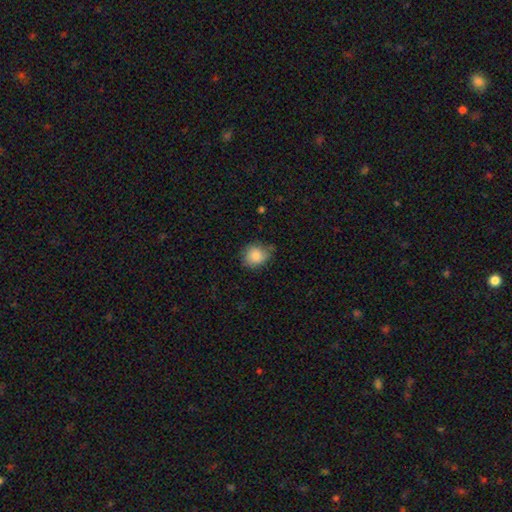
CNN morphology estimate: Smooth or featured? Predicted: smooth (p=0.84). How rounded? Predicted: round (p=0.72). Merging? Predicted: none (p=0.66).